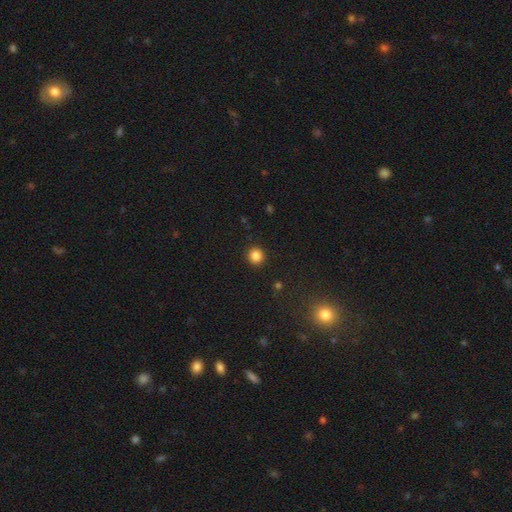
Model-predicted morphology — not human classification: Smooth or featured?
  - smooth: 85% *
  - star or artifact: 12%
  - featured or disk: 3%
How rounded?
  - round: 93% *
  - in between: 6%
  - cigar-shaped: 1%
Merging?
  - none: 92% *
  - minor disturbance: 5%
  - major disturbance: 2%
  - merger: 1%